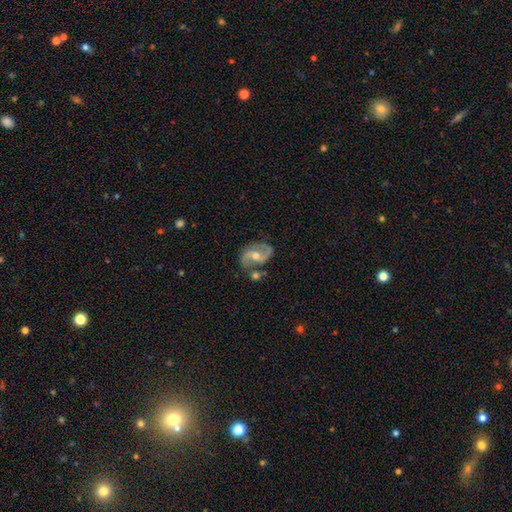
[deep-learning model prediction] smooth-or-featured: featured or disk: 83% | smooth: 11% | star or artifact: 6%
  disk-edge-on: no: 97% | yes: 3%
    bar: weak: 42% | no: 35% | strong: 23%
    has-spiral-arms: yes: 93% | no: 7%
      spiral-winding: medium: 49% | loose: 34% | tight: 17%
      spiral-arm-count: 2: 91% | can't tell: 4% | 1: 3% | 3: 1% | 4: 1% | more than 4: 1%
    bulge-size: moderate: 66% | small: 29% | large: 3% | none: 1% | dominant: 1%
  merging: none: 67% | minor disturbance: 16% | merger: 10% | major disturbance: 6%